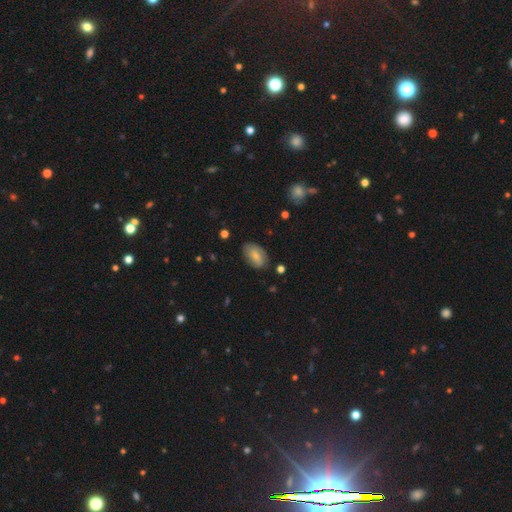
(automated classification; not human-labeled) smooth-or-featured: smooth: 68% | featured or disk: 24% | star or artifact: 7%
  how-rounded: in between: 91% | round: 6% | cigar-shaped: 2%
  merging: none: 77% | minor disturbance: 17% | major disturbance: 4% | merger: 2%